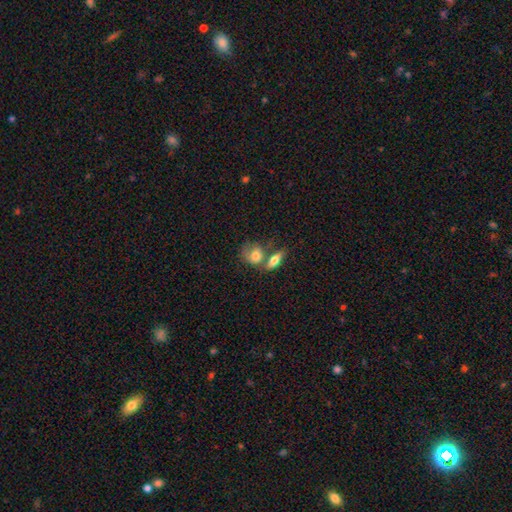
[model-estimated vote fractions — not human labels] smooth_or_featured: smooth (p=0.72) [alt: featured or disk p=0.21]
how_rounded: in between (p=0.56) [alt: round p=0.38]
merging: merger (p=0.49) [alt: none p=0.31]